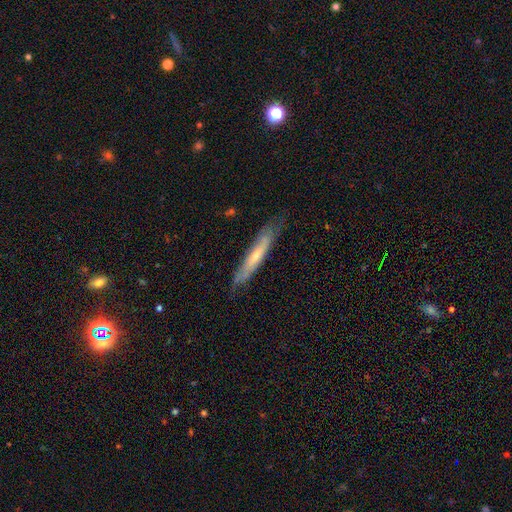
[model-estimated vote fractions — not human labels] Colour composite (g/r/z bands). It shows a featured or disk galaxy (49%). Merging: none (73%).